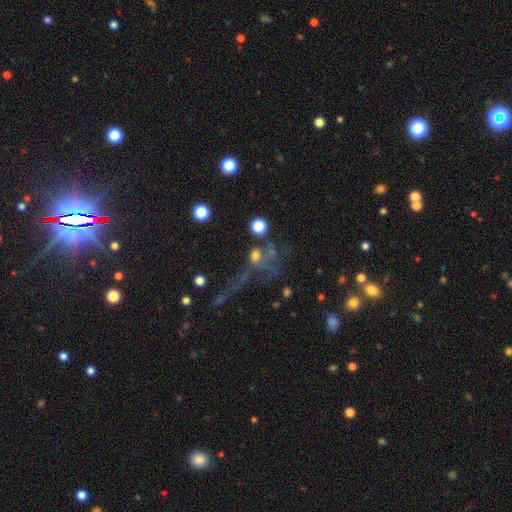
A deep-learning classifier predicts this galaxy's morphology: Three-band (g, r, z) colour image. It shows a smooth galaxy with no disk features (49%). Merging: none (35%).